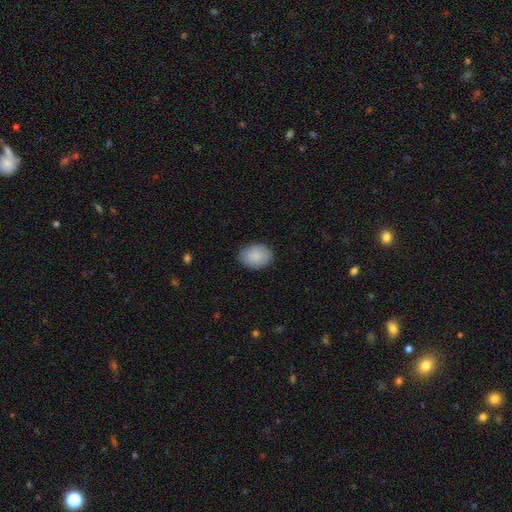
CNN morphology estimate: smooth_or_featured: smooth (p=0.89) [alt: star or artifact p=0.06]
how_rounded: in between (p=0.68) [alt: round p=0.31]
merging: none (p=0.86) [alt: minor disturbance p=0.11]